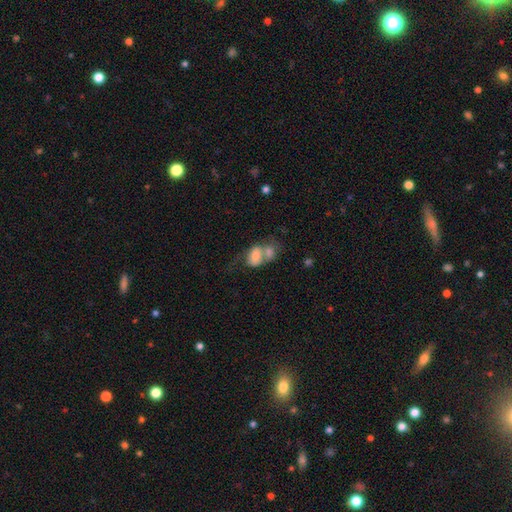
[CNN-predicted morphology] This appears to be a smooth galaxy with no disk features (65%) that is in between round and cigar-shaped (72%). Merging: merger (70%).